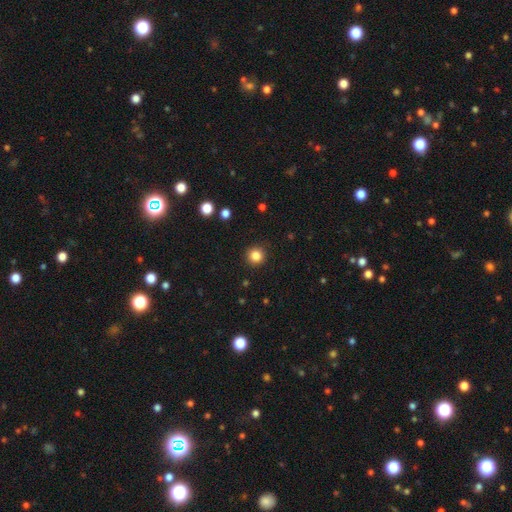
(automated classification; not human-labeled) Overall: smooth (84%). How rounded: round (95%). Merging: none (92%).